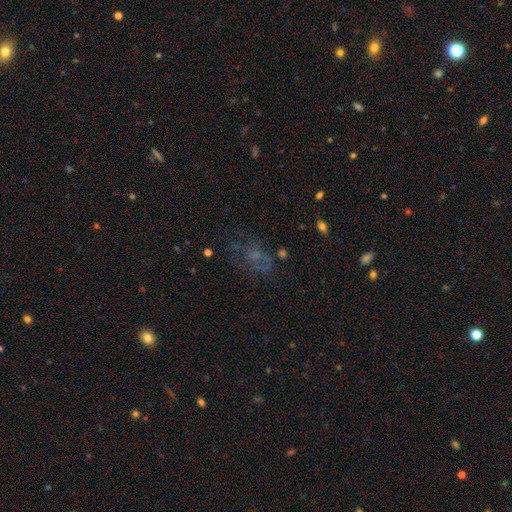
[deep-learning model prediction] Smooth or featured? Predicted: featured or disk (p=0.40). Merging? Predicted: none (p=0.49).